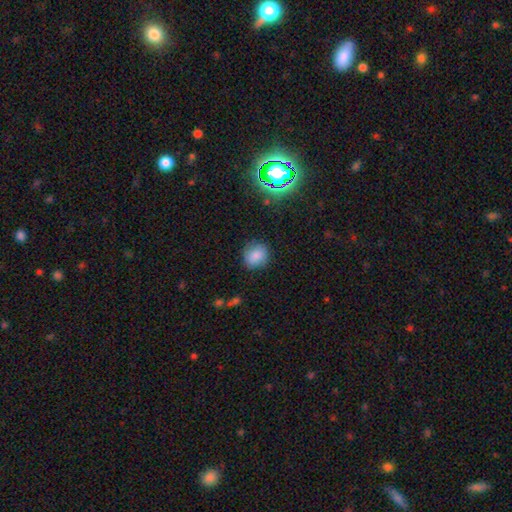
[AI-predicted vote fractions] Smooth or featured? smooth (82%)
How rounded? round (82%)
Merging? none (82%)